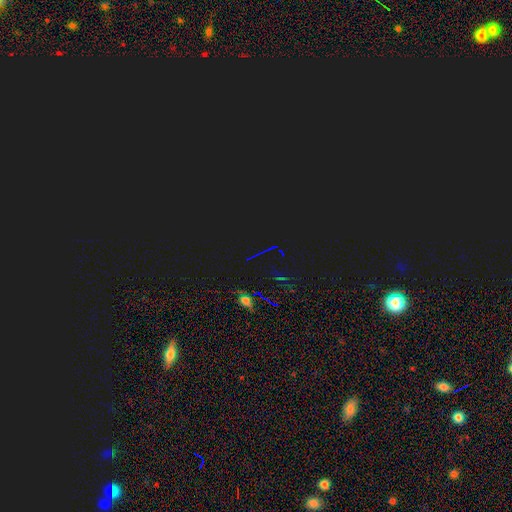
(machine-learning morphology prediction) smooth_or_featured: star or artifact (p=0.82) [alt: smooth p=0.10]